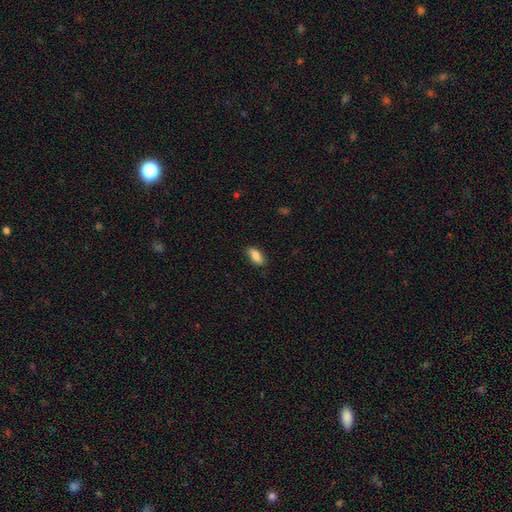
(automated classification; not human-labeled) Overall: smooth (87%). How rounded: in between (86%). Merging: none (86%).